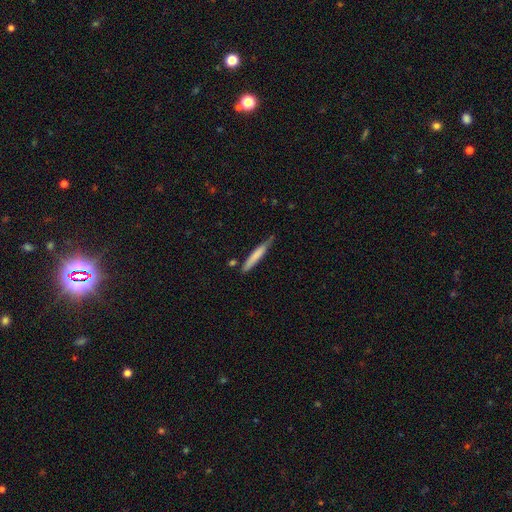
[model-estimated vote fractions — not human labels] The model was most divided on "smooth or featured": smooth: 70%, featured or disk: 25%, star or artifact: 5%. More confident: how rounded — cigar-shaped (94%); merging — none (70%).